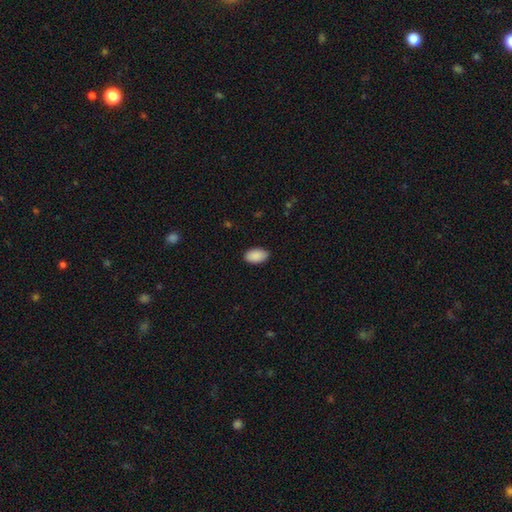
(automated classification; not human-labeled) The model was most divided on "merging": none: 89%, minor disturbance: 9%, major disturbance: 2%, merger: 1%. More confident: how rounded — in between (94%); smooth or featured — smooth (91%).